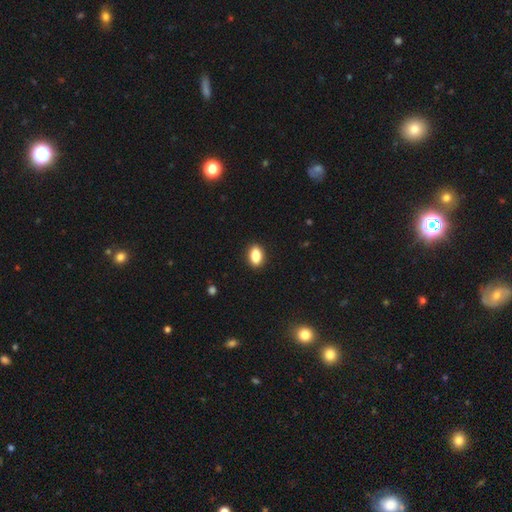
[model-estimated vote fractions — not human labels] smooth-or-featured: smooth: 86% | star or artifact: 8% | featured or disk: 6%
  how-rounded: in between: 87% | round: 10% | cigar-shaped: 3%
  merging: none: 90% | minor disturbance: 7% | major disturbance: 2% | merger: 1%